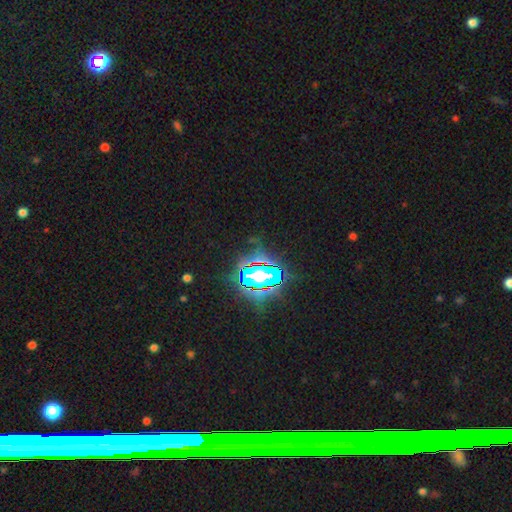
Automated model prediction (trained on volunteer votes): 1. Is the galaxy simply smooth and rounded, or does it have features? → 81% star or artifact, 10% featured or disk, 10% smooth.